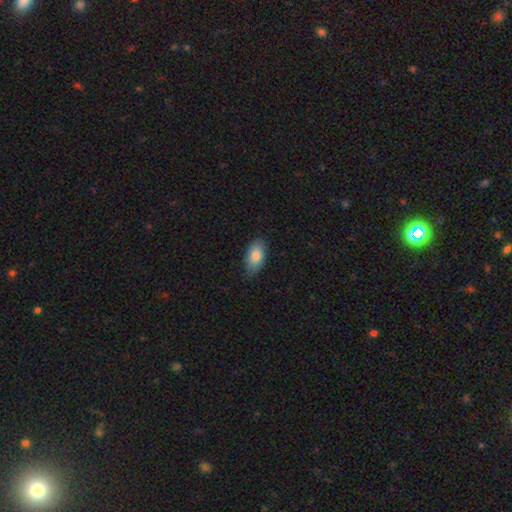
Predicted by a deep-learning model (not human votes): Smooth or featured? smooth (83%)
How rounded? in between (92%)
Merging? none (78%)